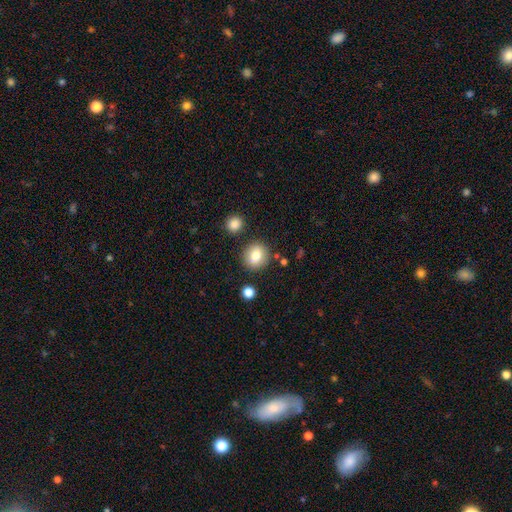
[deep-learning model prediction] The model was most divided on "how rounded": round: 81%, in between: 18%, cigar-shaped: 1%. More confident: merging — none (85%); smooth or featured — smooth (80%).